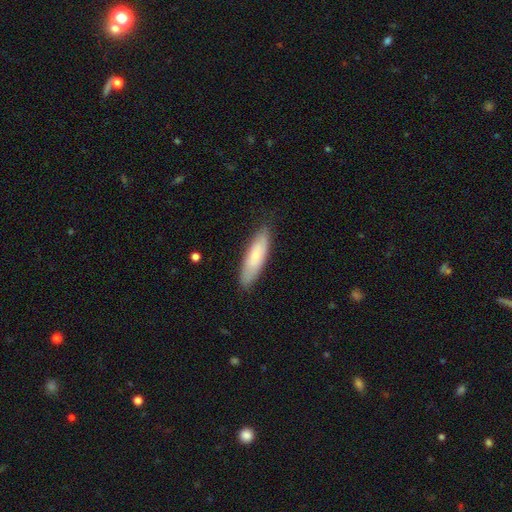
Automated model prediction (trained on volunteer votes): A smooth galaxy with no disk features (73%) that is cigar-shaped (59%).

Vote fractions:
- Smooth or featured? smooth: 73% / featured or disk: 22% / star or artifact: 6%
- How rounded? cigar-shaped: 59% / in between: 40% / round: 2%
- Merging? none: 83% / minor disturbance: 13% / major disturbance: 2% / merger: 1%